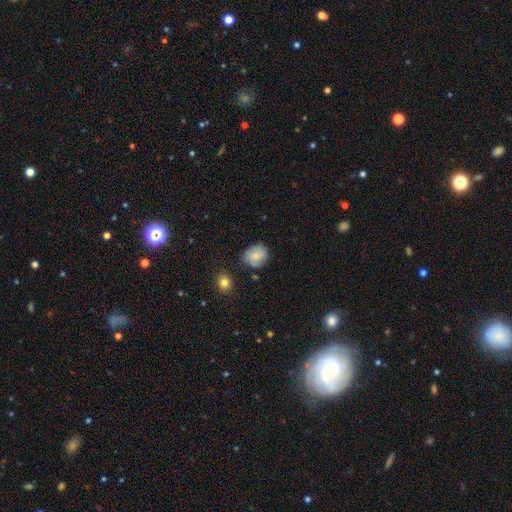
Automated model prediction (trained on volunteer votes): Overall: smooth (79%). How rounded: round (66%; in between 33%). Merging: none (75%).